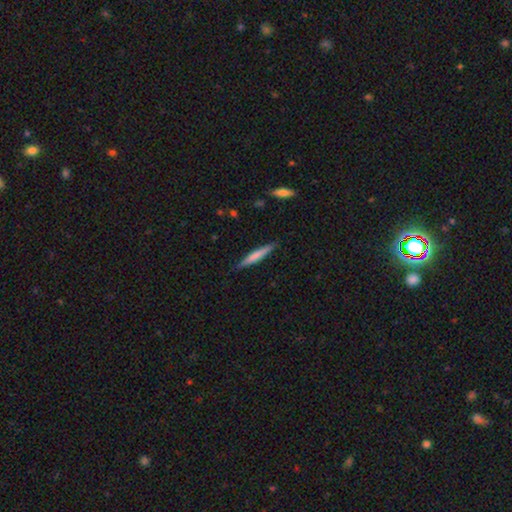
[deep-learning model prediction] This is likely a smooth galaxy (65%). How rounded: clearly cigar-shaped (94%). Merging: clearly none (86%).